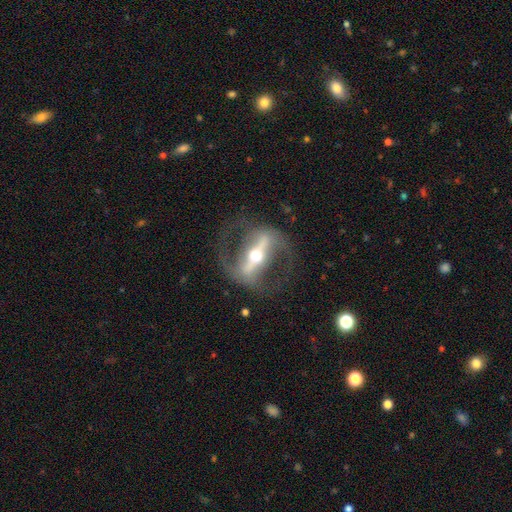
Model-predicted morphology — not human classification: This appears to be a featured or disk galaxy (87%) with a strong bar (84%), spiral arms (58%) and a moderate central bulge (68%). Merging: none (73%).